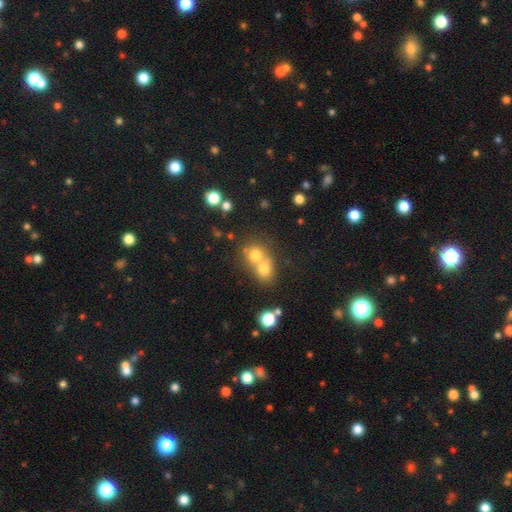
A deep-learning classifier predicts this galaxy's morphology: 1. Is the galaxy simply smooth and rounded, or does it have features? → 64% smooth, 19% star or artifact, 17% featured or disk.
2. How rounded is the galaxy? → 74% round, 25% in between, 1% cigar-shaped.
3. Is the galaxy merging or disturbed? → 62% merger, 31% none, 5% minor disturbance, 3% major disturbance.